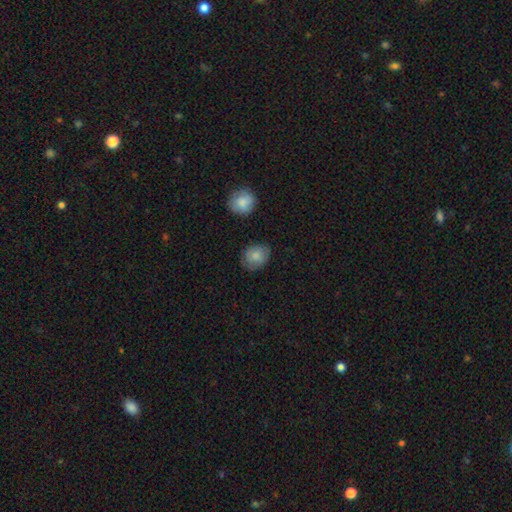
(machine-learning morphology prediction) A smooth galaxy with no disk features (82%) that is round (66%). Merging: none (74%).